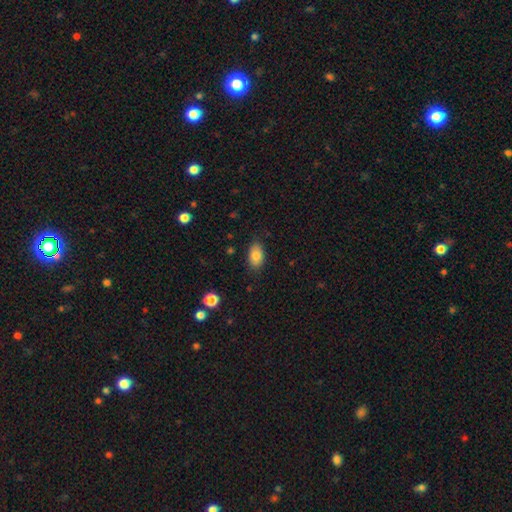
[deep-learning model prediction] Smooth or featured? Predicted: smooth (p=0.85). How rounded? Predicted: in between (p=0.92). Merging? Predicted: none (p=0.85).